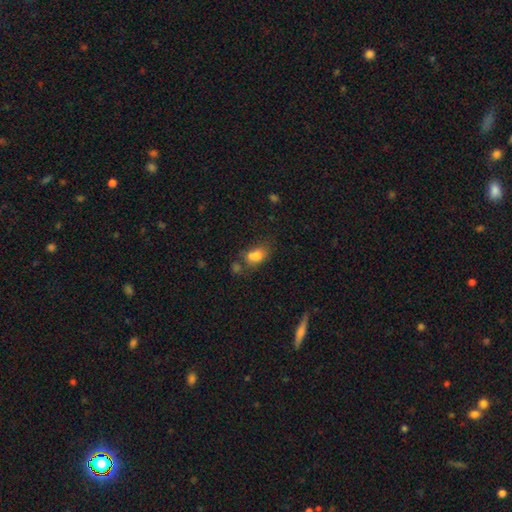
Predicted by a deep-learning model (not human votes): Smooth or featured?
  - smooth: 76% *
  - featured or disk: 13%
  - star or artifact: 11%
How rounded?
  - in between: 78% *
  - round: 19%
  - cigar-shaped: 3%
Merging?
  - none: 39% *
  - merger: 31%
  - minor disturbance: 20%
  - major disturbance: 10%